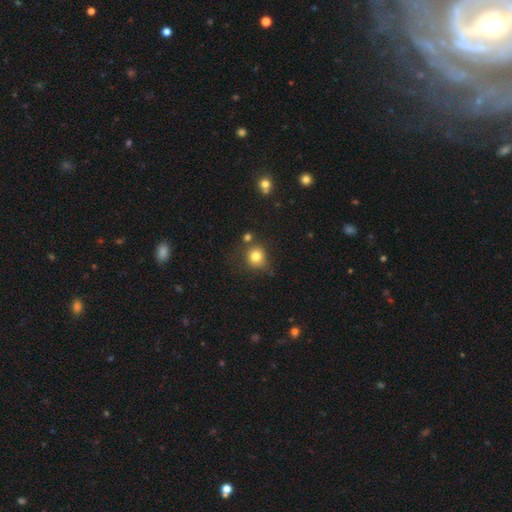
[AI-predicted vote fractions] Overall: smooth (80%). How rounded: round (85%). Merging: none (67%).